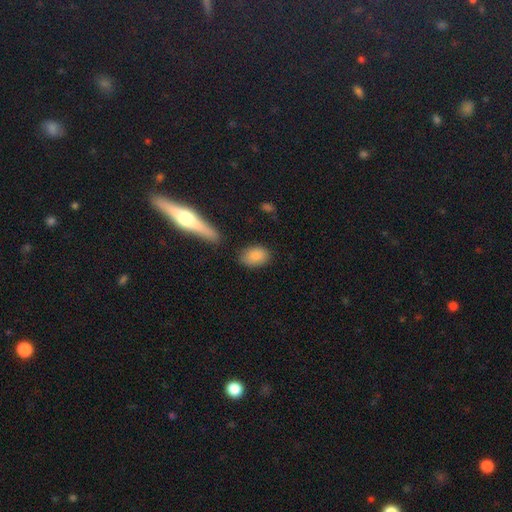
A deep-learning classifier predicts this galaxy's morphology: Q: Smooth or featured?
A: smooth (86%); runner-up: star or artifact (7%)
Q: How rounded?
A: in between (86%); runner-up: round (12%)
Q: Merging?
A: none (77%); runner-up: minor disturbance (15%)